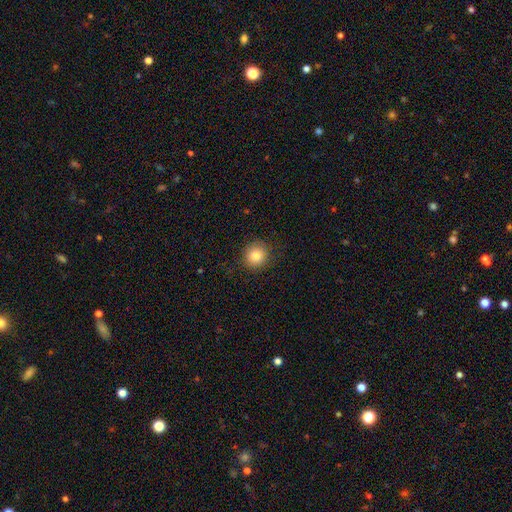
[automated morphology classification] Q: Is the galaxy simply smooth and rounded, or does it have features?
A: smooth — 82%.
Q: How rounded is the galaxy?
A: round — 89%.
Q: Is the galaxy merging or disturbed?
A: none — 86%.